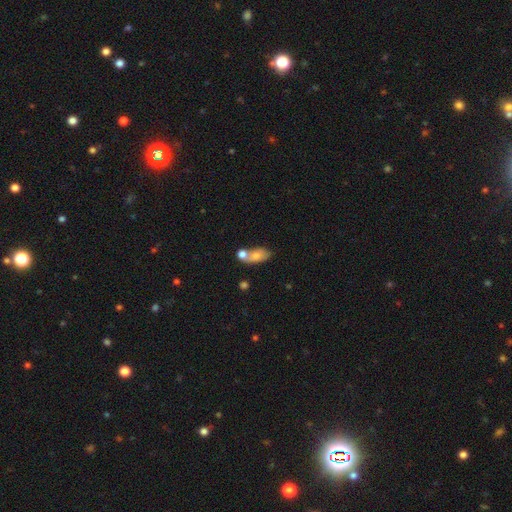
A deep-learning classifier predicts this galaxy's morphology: Smooth or featured: smooth — 71% (featured or disk — 20%)
How rounded: in between — 83% (round — 10%)
Merging: merger — 43% (none — 36%)